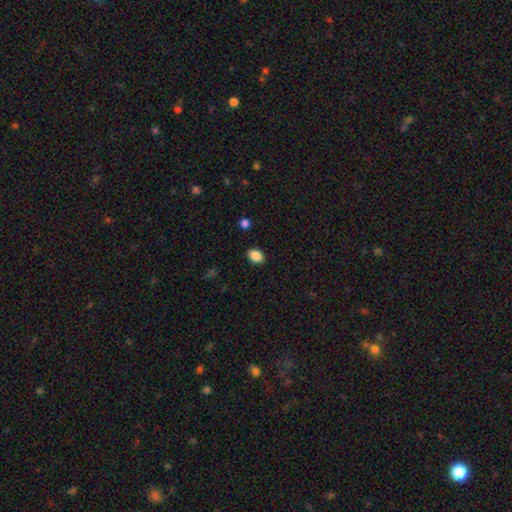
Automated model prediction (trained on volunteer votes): Overall: smooth (88%). How rounded: in between (74%). Merging: none (89%).